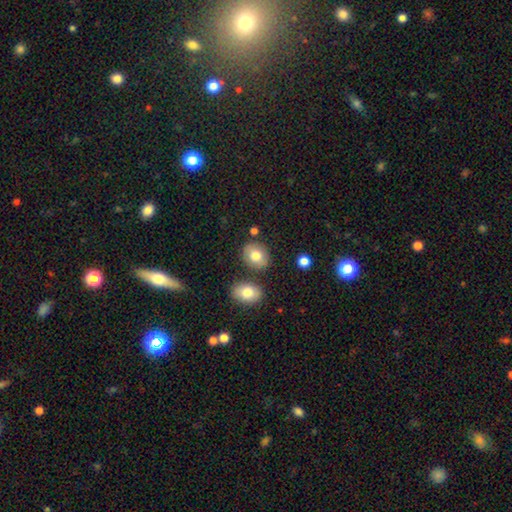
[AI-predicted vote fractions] smooth_or_featured: smooth (p=0.78) [alt: featured or disk p=0.13]
how_rounded: round (p=0.51) [alt: in between p=0.48]
merging: none (p=0.76) [alt: minor disturbance p=0.12]